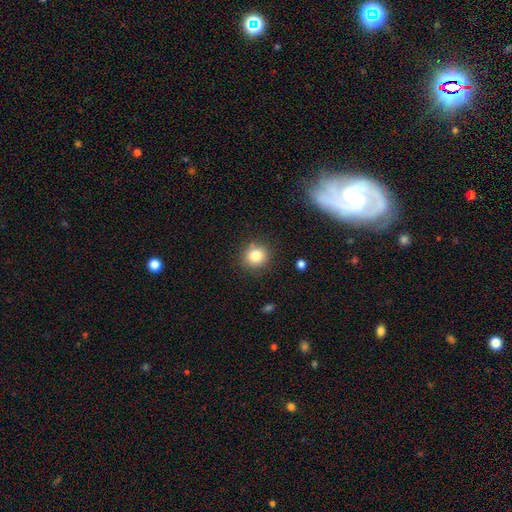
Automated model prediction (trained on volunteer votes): Smooth or featured: smooth — 82% (star or artifact — 11%)
How rounded: round — 90% (in between — 10%)
Merging: none — 87% (minor disturbance — 9%)